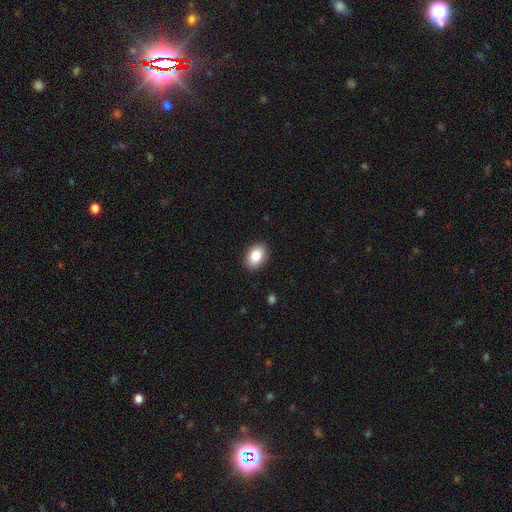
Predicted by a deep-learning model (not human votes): Smooth or featured? Predicted: smooth (p=0.85). How rounded? Predicted: in between (p=0.83). Merging? Predicted: none (p=0.89).